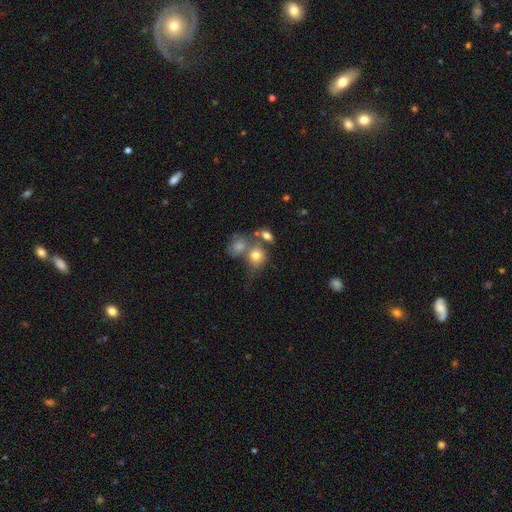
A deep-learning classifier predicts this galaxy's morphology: smooth_or_featured: smooth (p=0.74) [alt: featured or disk p=0.15]
how_rounded: round (p=0.62) [alt: in between p=0.36]
merging: merger (p=0.39) [alt: none p=0.37]